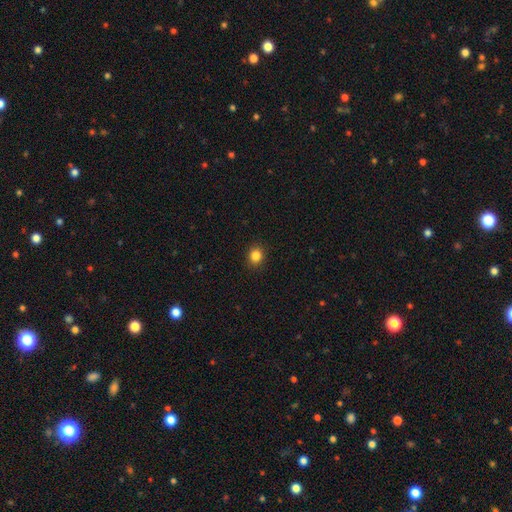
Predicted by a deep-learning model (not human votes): This is clearly a smooth galaxy (84%). How rounded: likely round (73%). Merging: clearly none (91%).